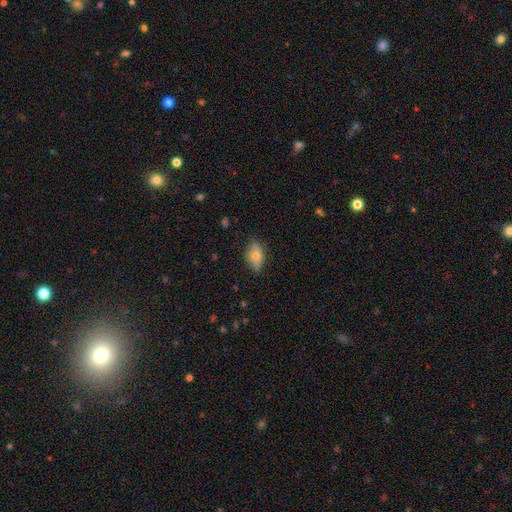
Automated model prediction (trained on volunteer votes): smooth-or-featured: smooth: 66% | featured or disk: 27% | star or artifact: 8%
  how-rounded: in between: 86% | cigar-shaped: 7% | round: 7%
  merging: none: 80% | minor disturbance: 16% | major disturbance: 3% | merger: 1%